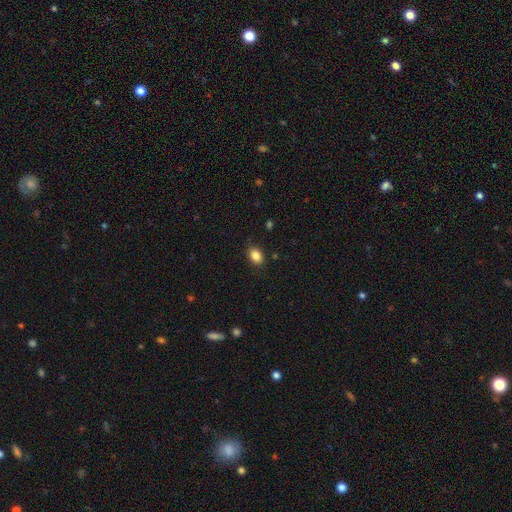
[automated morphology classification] Smooth or featured? Predicted: smooth (p=0.87). How rounded? Predicted: in between (p=0.78). Merging? Predicted: none (p=0.84).